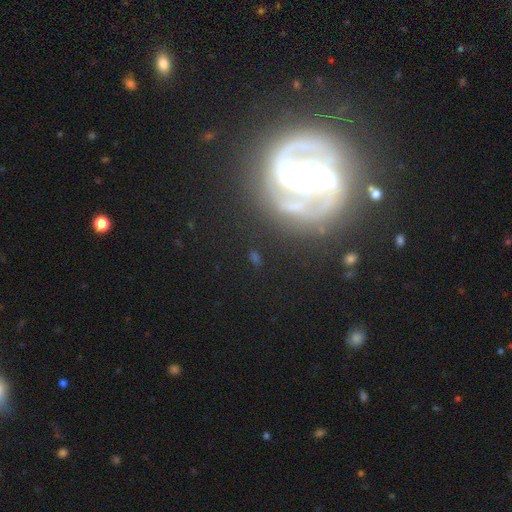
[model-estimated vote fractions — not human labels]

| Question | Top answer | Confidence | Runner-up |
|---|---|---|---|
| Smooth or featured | featured or disk | 84% | star or artifact (8%) |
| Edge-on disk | no | 97% | yes (3%) |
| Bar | strong | 43% | weak (32%) |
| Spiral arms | yes | 94% | no (6%) |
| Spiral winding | medium | 45% | tight (43%) |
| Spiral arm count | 2 | 69% | 3 (13%) |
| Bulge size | moderate | 41% | small (26%) |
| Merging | none | 71% | minor disturbance (15%) |